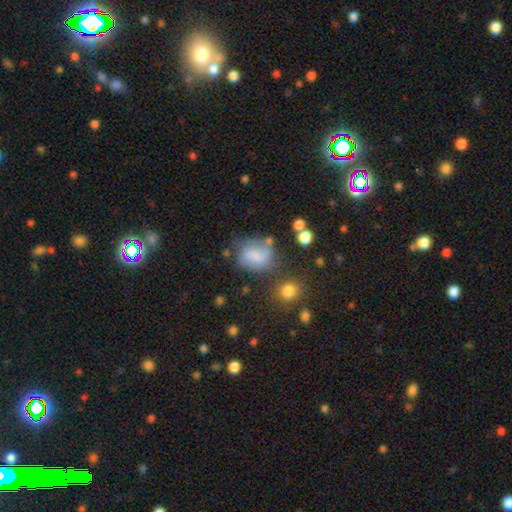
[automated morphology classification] This is likely a smooth galaxy (63%). How rounded: possibly in between (56%). Merging: marginally none (44%).